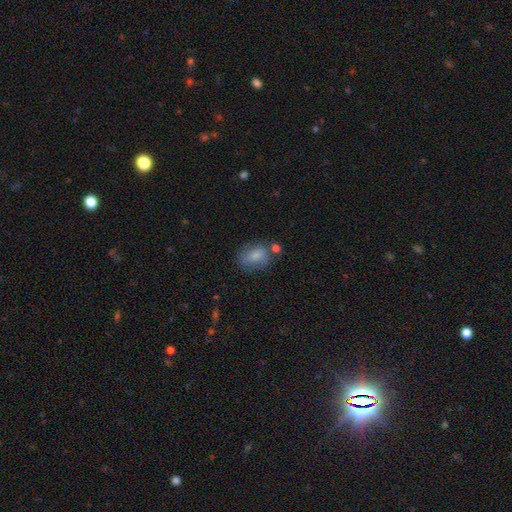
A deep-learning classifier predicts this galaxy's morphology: The model was most divided on "how rounded": in between: 67%, round: 32%, cigar-shaped: 2%. More confident: smooth or featured — smooth (78%); merging — none (59%).